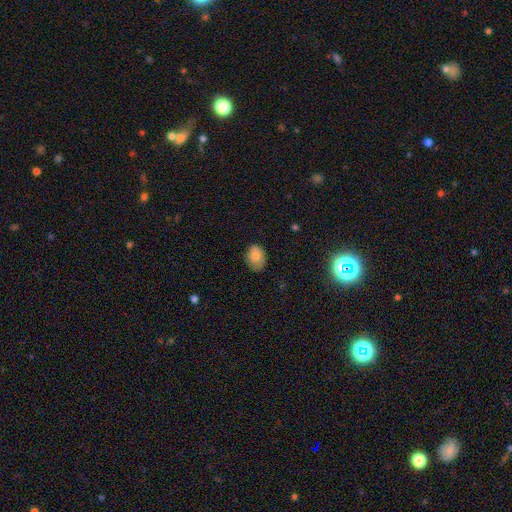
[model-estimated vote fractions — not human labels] This is likely a smooth galaxy (80%). How rounded: likely in between (75%). Merging: likely none (71%).